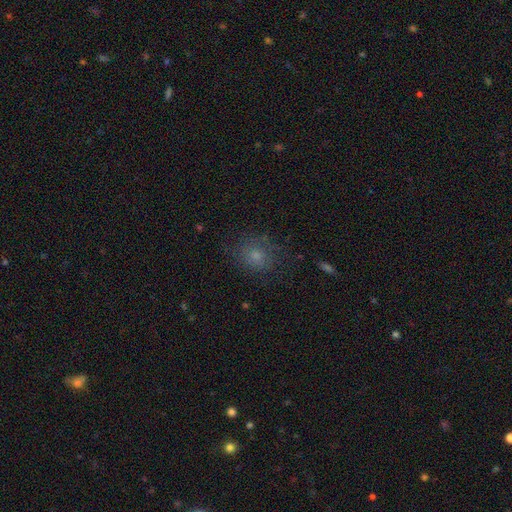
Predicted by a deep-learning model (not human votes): Overall: smooth (63%). How rounded: round (74%). Merging: none (73%).